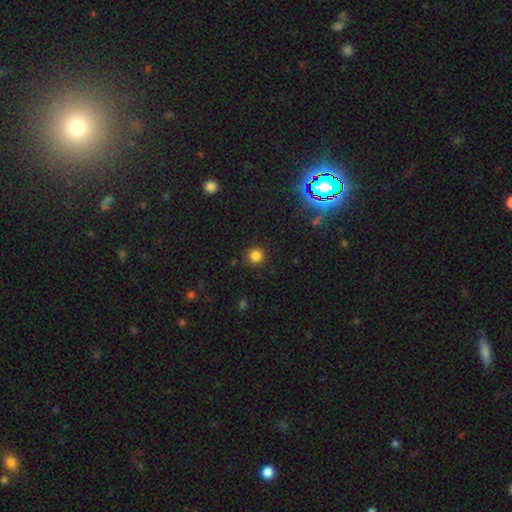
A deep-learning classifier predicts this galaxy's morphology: Smooth or featured: smooth — 82% (star or artifact — 13%)
How rounded: round — 94% (in between — 5%)
Merging: none — 90% (minor disturbance — 7%)